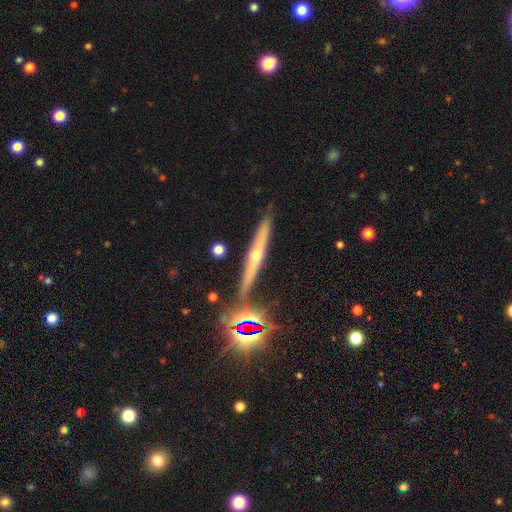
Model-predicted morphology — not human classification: Smooth or featured: featured or disk — 68% (smooth — 17%)
Edge-on disk: yes — 95% (no — 5%)
Edge-on bulge: rounded — 86% (none — 11%)
Merging: none — 85% (minor disturbance — 9%)